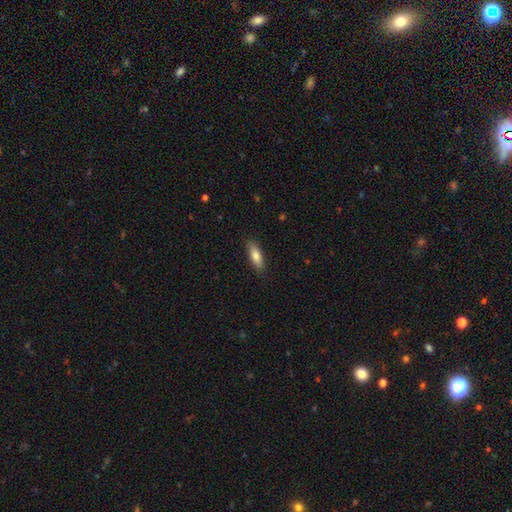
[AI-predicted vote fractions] Smooth or featured? Predicted: smooth (p=0.78). How rounded? Predicted: in between (p=0.57). Merging? Predicted: none (p=0.87).